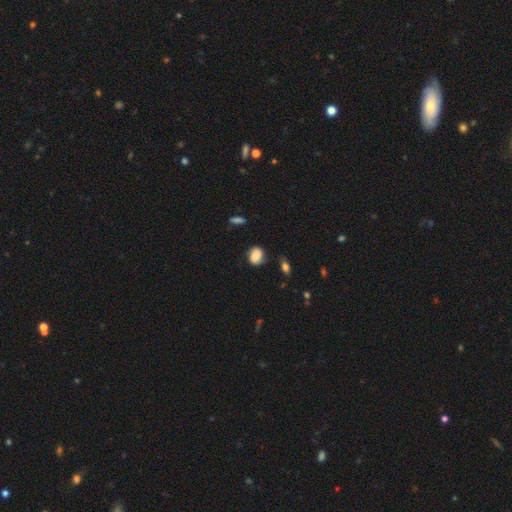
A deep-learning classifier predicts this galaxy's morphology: A smooth galaxy with no disk features (76%) that is round (58%).

Vote fractions:
- Smooth or featured? smooth: 76% / featured or disk: 16% / star or artifact: 9%
- How rounded? round: 58% / in between: 41% / cigar-shaped: 1%
- Merging? none: 69% / minor disturbance: 22% / major disturbance: 6% / merger: 3%